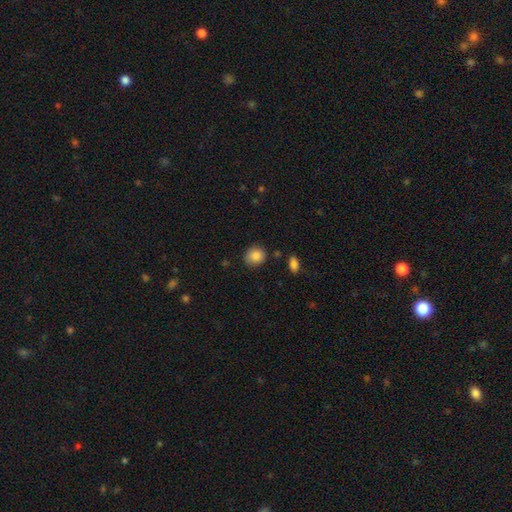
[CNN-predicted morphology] Smooth or featured? smooth (85%)
How rounded? round (74%)
Merging? none (81%)